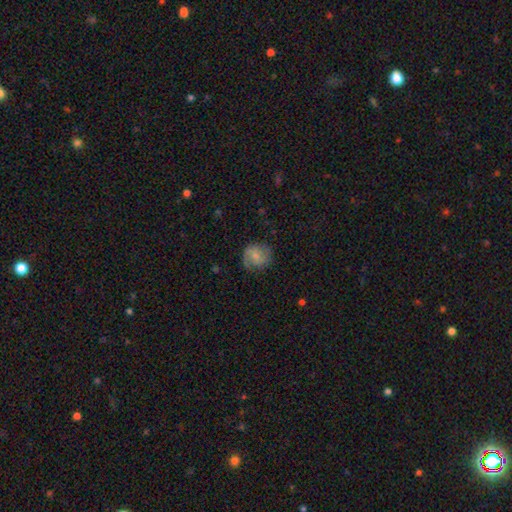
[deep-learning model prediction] Smooth or featured?
  - smooth: 57% *
  - featured or disk: 35%
  - star or artifact: 8%
How rounded?
  - round: 81% *
  - in between: 18%
  - cigar-shaped: 1%
Merging?
  - none: 69% *
  - minor disturbance: 21%
  - major disturbance: 8%
  - merger: 1%